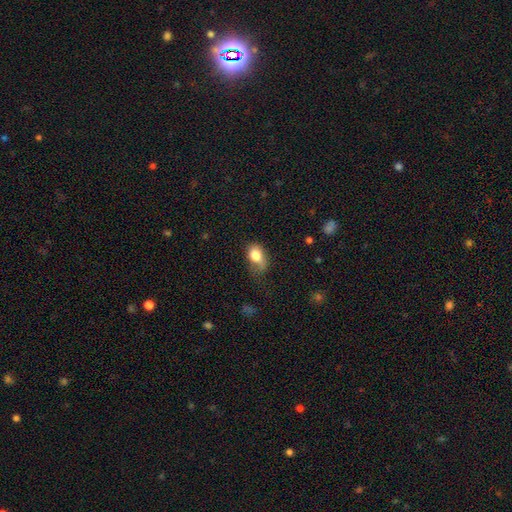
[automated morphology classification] type=smooth (80%); roundness=in between (76%); merging=minor disturbance (39%).